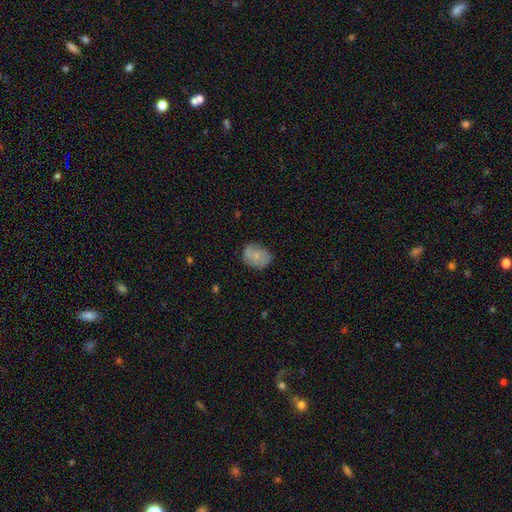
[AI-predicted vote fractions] Smooth or featured? smooth (55%)
How rounded? in between (57%)
Merging? none (66%)